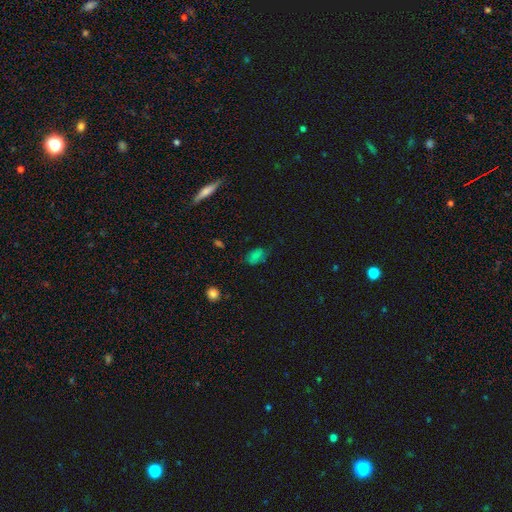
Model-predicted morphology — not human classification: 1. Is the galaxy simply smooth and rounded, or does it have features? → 69% smooth, 20% star or artifact, 11% featured or disk.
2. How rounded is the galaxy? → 85% in between, 12% round, 3% cigar-shaped.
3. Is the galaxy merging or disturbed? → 66% none, 24% minor disturbance, 8% major disturbance, 2% merger.